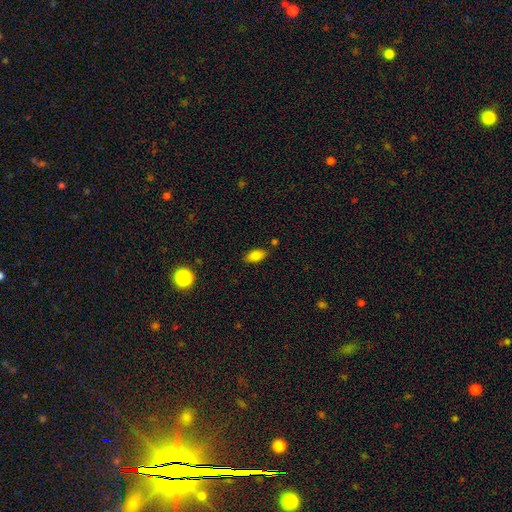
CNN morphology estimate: smooth_or_featured: smooth (p=0.82) [alt: star or artifact p=0.09]
how_rounded: in between (p=0.88) [alt: cigar-shaped p=0.08]
merging: none (p=0.83) [alt: minor disturbance p=0.11]